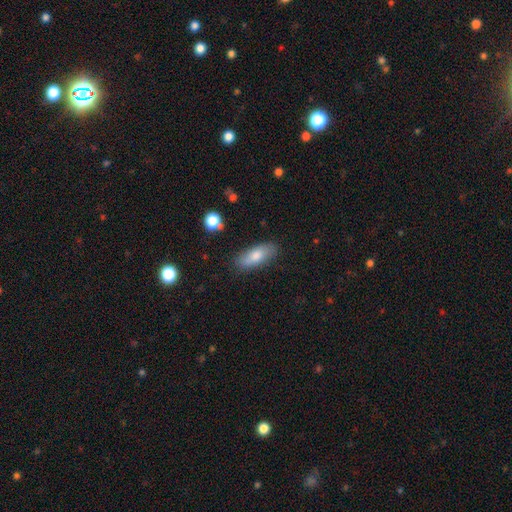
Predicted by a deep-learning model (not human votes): A smooth galaxy with no disk features (76%) that is in between round and cigar-shaped (73%).

Vote fractions:
- Smooth or featured? smooth: 76% / featured or disk: 17% / star or artifact: 7%
- How rounded? in between: 73% / cigar-shaped: 24% / round: 3%
- Merging? none: 84% / minor disturbance: 12% / major disturbance: 2% / merger: 2%